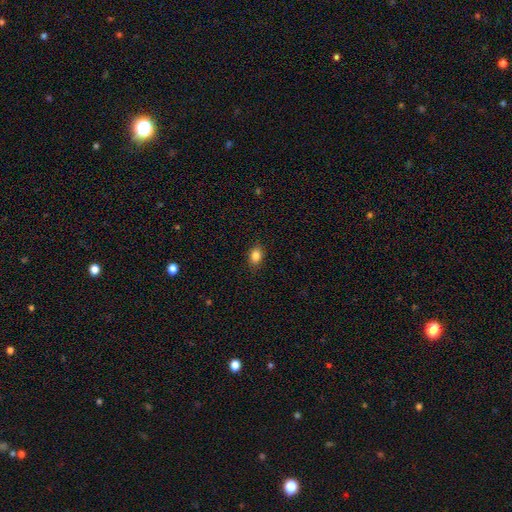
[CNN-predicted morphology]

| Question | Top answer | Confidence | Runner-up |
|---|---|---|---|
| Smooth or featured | smooth | 84% | star or artifact (10%) |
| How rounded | in between | 73% | round (25%) |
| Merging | none | 88% | minor disturbance (9%) |